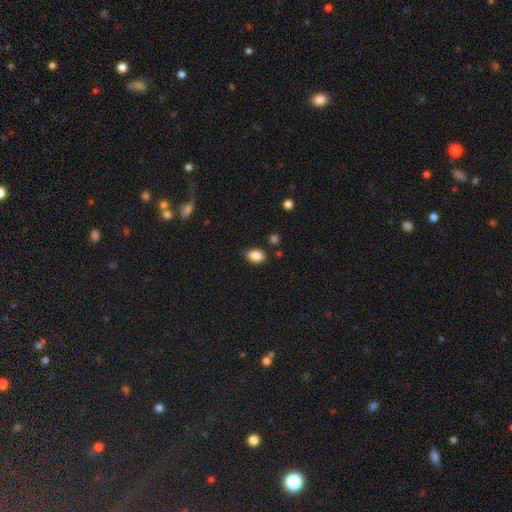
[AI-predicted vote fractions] Smooth or featured?
  - smooth: 86% *
  - star or artifact: 9%
  - featured or disk: 5%
How rounded?
  - in between: 76% *
  - round: 23%
  - cigar-shaped: 1%
Merging?
  - none: 76% *
  - minor disturbance: 18%
  - major disturbance: 3%
  - merger: 3%